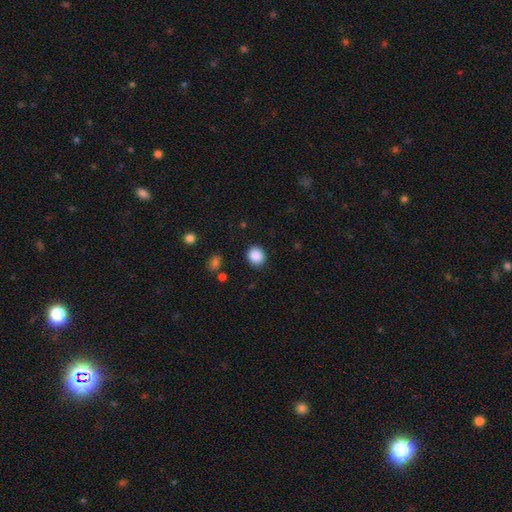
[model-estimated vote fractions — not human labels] Overall: smooth (88%). How rounded: round (86%). Merging: none (89%).